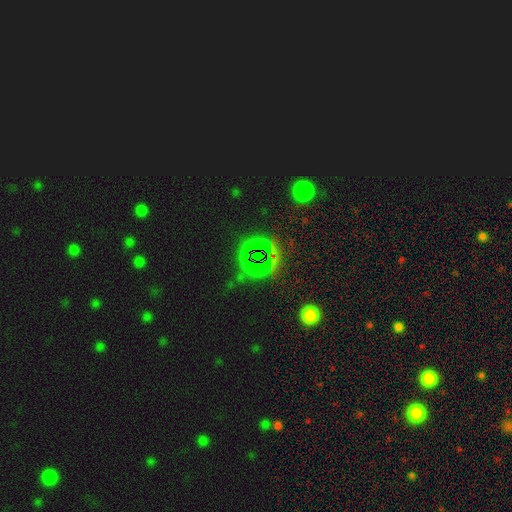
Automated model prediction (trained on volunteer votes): star or artifact 76%, smooth 14%, featured or disk 10%.